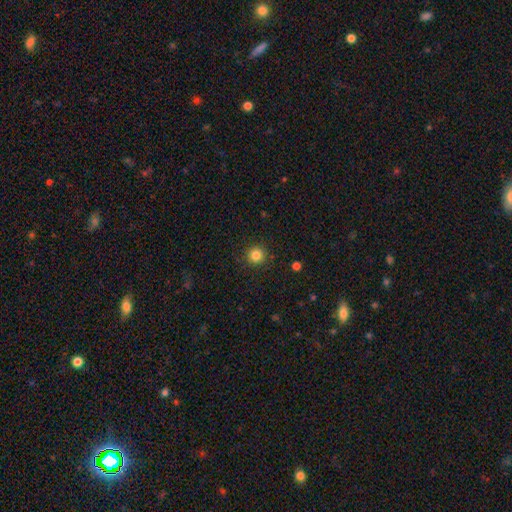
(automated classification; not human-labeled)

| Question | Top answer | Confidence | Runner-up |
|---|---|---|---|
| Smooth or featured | smooth | 84% | star or artifact (12%) |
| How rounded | round | 95% | in between (4%) |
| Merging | none | 92% | minor disturbance (5%) |